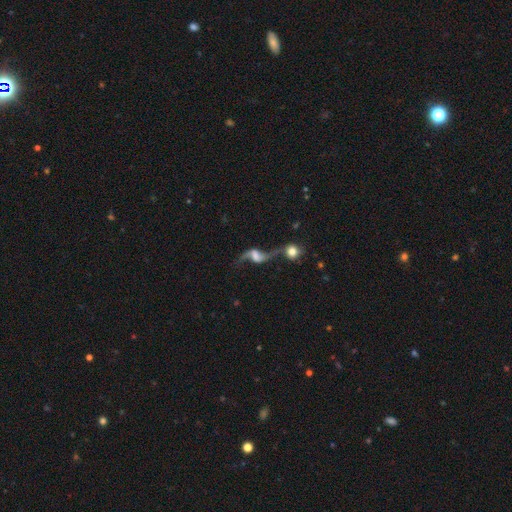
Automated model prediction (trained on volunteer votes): Overall: featured or disk (79%). Edge-on disk: no (93%). Bar: weak (44%; no 34%). Spiral arms: yes (92%). Spiral arm count: 2 (92%). Spiral winding: loose (91%). Bulge size: moderate (32%; small 23%). Merging: merger (38%; none 37%).